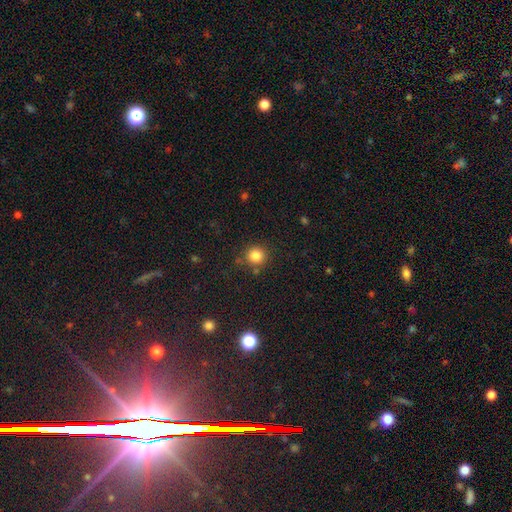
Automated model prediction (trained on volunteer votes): This is clearly a smooth galaxy (83%). How rounded: clearly round (93%). Merging: clearly none (83%).